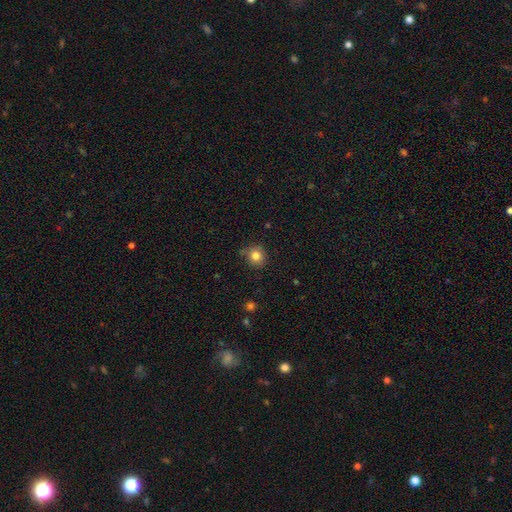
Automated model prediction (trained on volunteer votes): This appears to be a smooth galaxy with no disk features (82%) that is round (88%). Merging: none (79%).